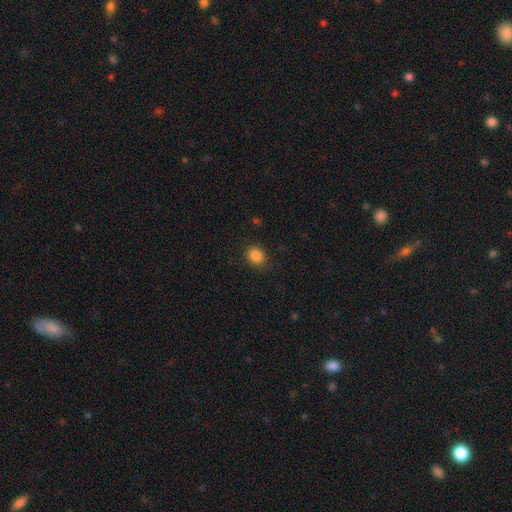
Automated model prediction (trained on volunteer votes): Q: Smooth or featured?
A: smooth (85%); runner-up: star or artifact (11%)
Q: How rounded?
A: round (68%); runner-up: in between (31%)
Q: Merging?
A: none (84%); runner-up: minor disturbance (11%)